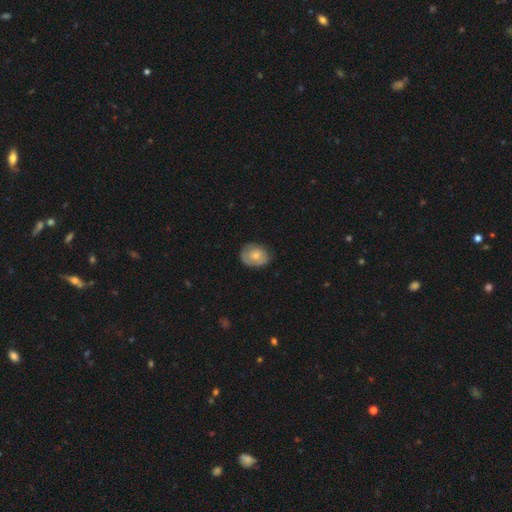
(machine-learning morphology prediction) This is likely a smooth galaxy (61%). How rounded: possibly in between (56%). Merging: likely none (70%).